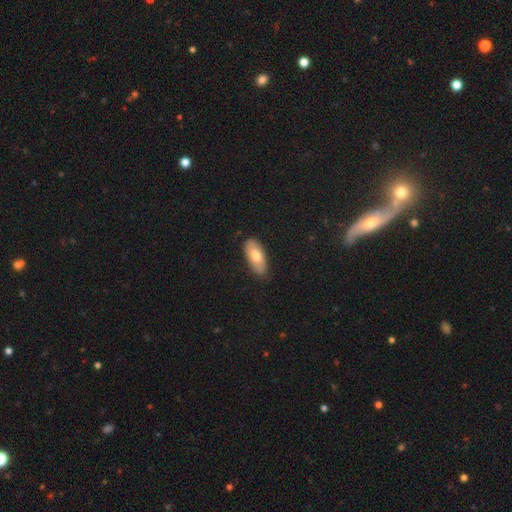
smooth_or_featured: smooth (p=0.74) [alt: featured or disk p=0.18]
how_rounded: in between (p=0.90) [alt: cigar-shaped p=0.07]
merging: none (p=0.69) [alt: minor disturbance p=0.25]